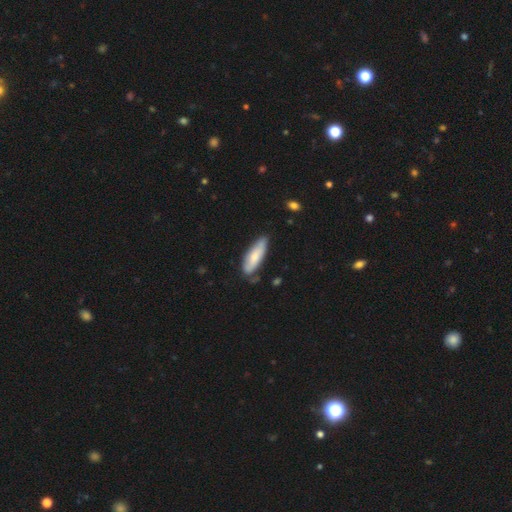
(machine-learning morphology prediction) A smooth galaxy with no disk features (70%) that is in between round and cigar-shaped (56%). Merging: none (66%).